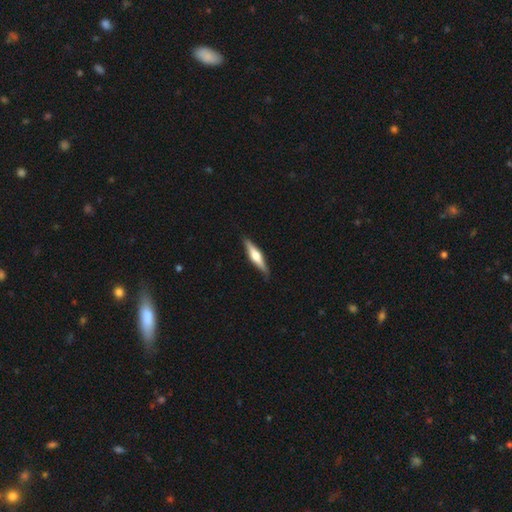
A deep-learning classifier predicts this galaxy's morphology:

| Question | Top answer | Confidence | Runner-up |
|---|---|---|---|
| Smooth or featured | featured or disk | 62% | smooth (33%) |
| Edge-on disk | yes | 97% | no (3%) |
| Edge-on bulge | rounded | 88% | boxy (9%) |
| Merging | none | 88% | minor disturbance (9%) |